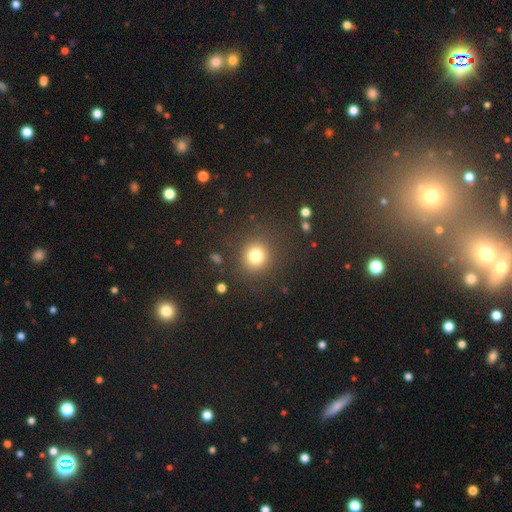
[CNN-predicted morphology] Smooth or featured?
  - smooth: 78% *
  - star or artifact: 14%
  - featured or disk: 7%
How rounded?
  - round: 90% *
  - in between: 9%
  - cigar-shaped: 1%
Merging?
  - none: 86% *
  - minor disturbance: 8%
  - major disturbance: 4%
  - merger: 2%